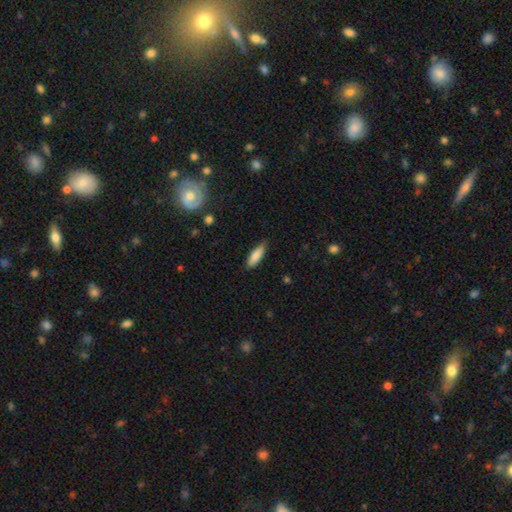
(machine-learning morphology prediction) Smooth or featured?
  - smooth: 84% *
  - featured or disk: 9%
  - star or artifact: 6%
How rounded?
  - in between: 50% *
  - cigar-shaped: 48%
  - round: 2%
Merging?
  - none: 81% *
  - minor disturbance: 16%
  - major disturbance: 3%
  - merger: 1%